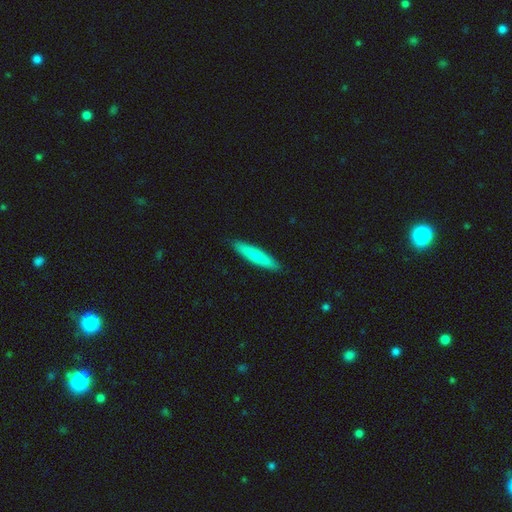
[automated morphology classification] Smooth or featured? Predicted: smooth (p=0.75). How rounded? Predicted: cigar-shaped (p=0.89). Merging? Predicted: none (p=0.90).